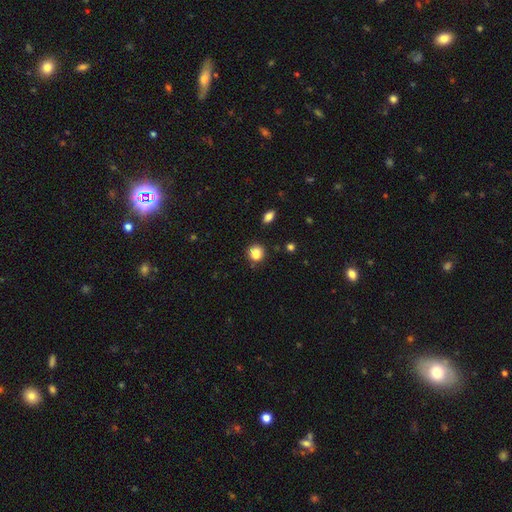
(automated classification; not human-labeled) Smooth or featured?
  - smooth: 82% *
  - star or artifact: 11%
  - featured or disk: 6%
How rounded?
  - round: 81% *
  - in between: 18%
  - cigar-shaped: 1%
Merging?
  - none: 70% *
  - minor disturbance: 16%
  - merger: 10%
  - major disturbance: 4%